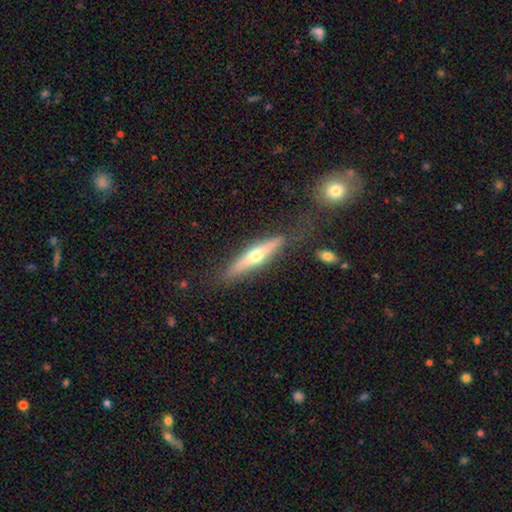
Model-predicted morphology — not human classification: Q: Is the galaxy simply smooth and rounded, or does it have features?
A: featured or disk — 53%.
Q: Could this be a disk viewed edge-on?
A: yes — 90%.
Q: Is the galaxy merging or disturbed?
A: none — 78%.